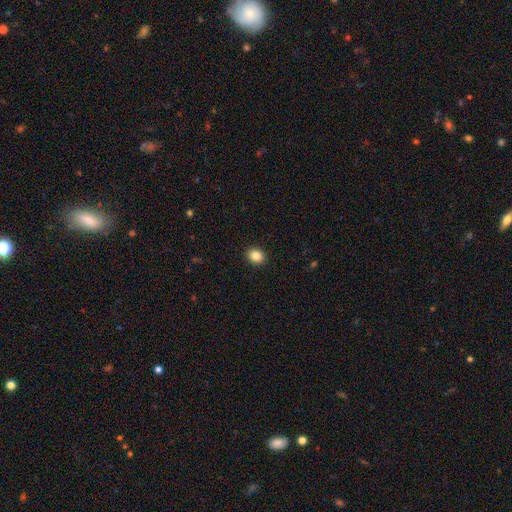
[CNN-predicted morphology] Smooth or featured? smooth (85%)
How rounded? round (53%)
Merging? none (92%)